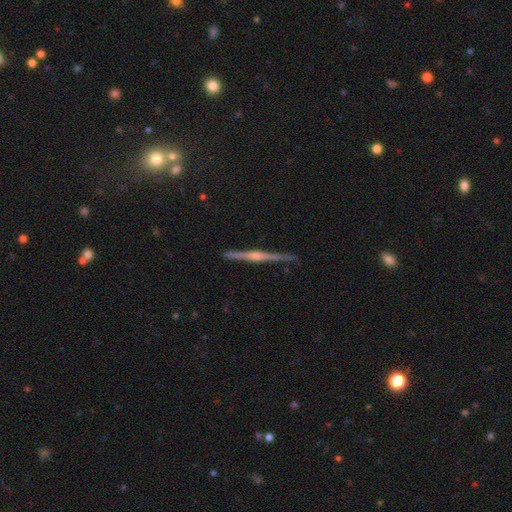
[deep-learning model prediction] smooth-or-featured: featured or disk: 83% | smooth: 11% | star or artifact: 6%
  disk-edge-on: yes: 98% | no: 2%
    edge-on-bulge: rounded: 71% | boxy: 16% | none: 14%
  merging: none: 89% | minor disturbance: 8% | major disturbance: 1% | merger: 1%